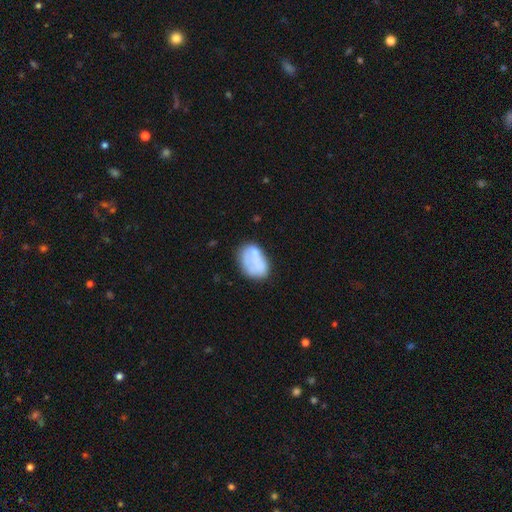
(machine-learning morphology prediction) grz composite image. It shows a smooth galaxy with no disk features (61%) that is in between round and cigar-shaped (83%). Merging: none (40%).